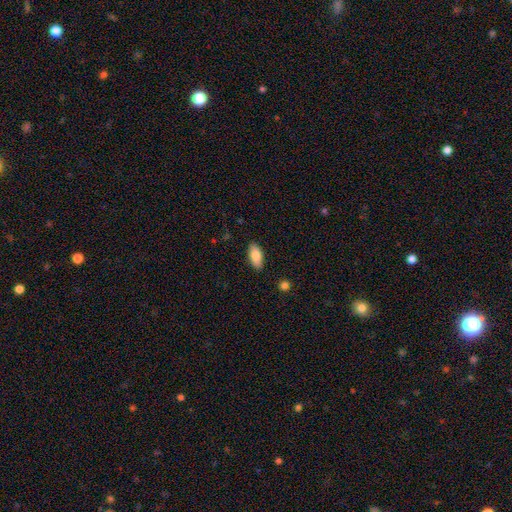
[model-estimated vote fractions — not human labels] Smooth or featured? Predicted: smooth (p=0.85). How rounded? Predicted: in between (p=0.88). Merging? Predicted: none (p=0.88).